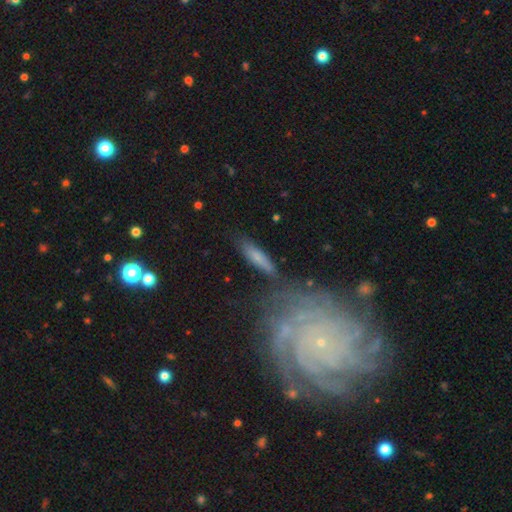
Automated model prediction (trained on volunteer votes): Smooth or featured? smooth (66%)
How rounded? cigar-shaped (73%)
Merging? none (72%)